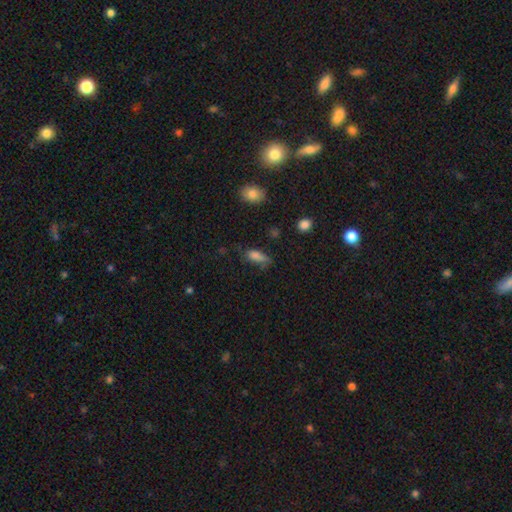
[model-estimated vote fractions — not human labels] This is likely a smooth galaxy (80%). How rounded: likely in between (74%). Merging: possibly none (49%).